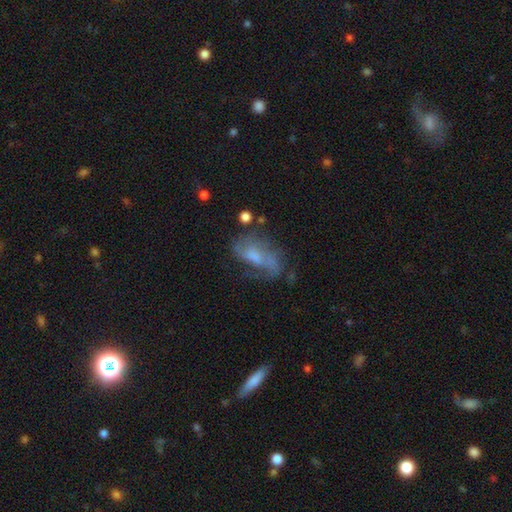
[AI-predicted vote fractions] smooth-or-featured: featured or disk: 57% | smooth: 32% | star or artifact: 11%
  disk-edge-on: no: 92% | yes: 8%
    bar: no: 55% | weak: 35% | strong: 10%
    has-spiral-arms: yes: 64% | no: 36%
    bulge-size: small: 35% | moderate: 32% | none: 25% | large: 7% | dominant: 2%
  merging: none: 42% | major disturbance: 27% | minor disturbance: 23% | merger: 8%